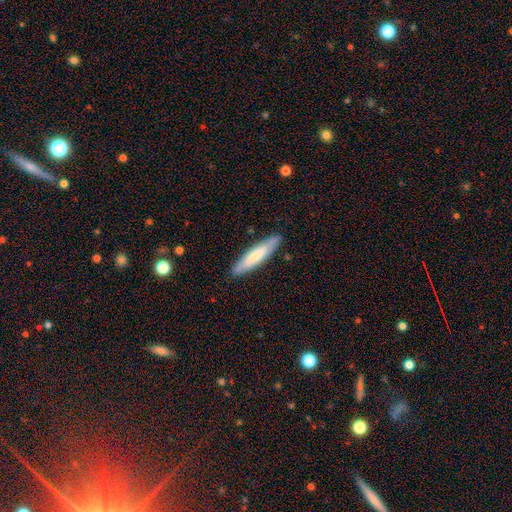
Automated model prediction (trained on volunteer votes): Q: Smooth or featured?
A: smooth (68%); runner-up: featured or disk (27%)
Q: How rounded?
A: cigar-shaped (82%); runner-up: in between (16%)
Q: Merging?
A: none (87%); runner-up: minor disturbance (10%)